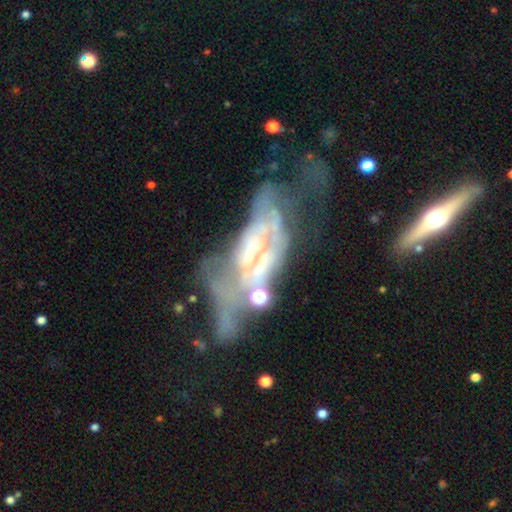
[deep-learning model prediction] Smooth or featured: featured or disk — 72% (smooth — 16%)
Edge-on disk: no — 87% (yes — 13%)
Bar: no — 72% (weak — 18%)
Spiral arms: no — 64% (yes — 36%)
Bulge size: none — 40% (small — 31%)
Merging: major disturbance — 39% (merger — 24%)